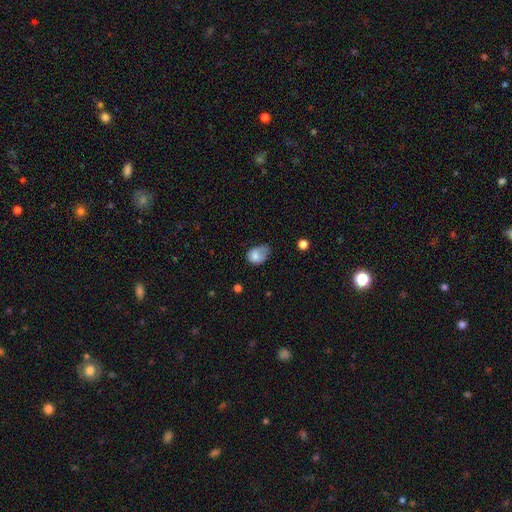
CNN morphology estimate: Smooth or featured?
  - smooth: 75% *
  - featured or disk: 16%
  - star or artifact: 9%
How rounded?
  - in between: 69% *
  - round: 30%
  - cigar-shaped: 1%
Merging?
  - minor disturbance: 41% *
  - none: 28%
  - major disturbance: 27%
  - merger: 4%